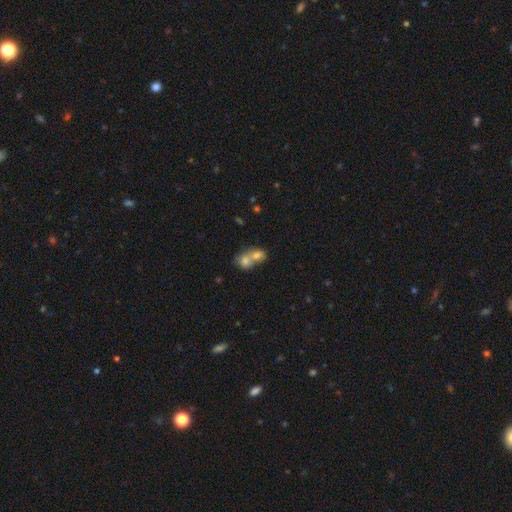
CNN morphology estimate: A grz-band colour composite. It shows a smooth galaxy with no disk features (71%) that is round (56%). Merging: merger (73%).